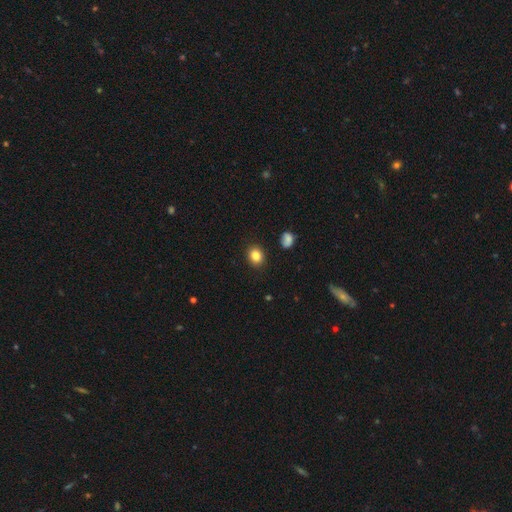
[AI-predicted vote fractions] Overall: smooth (85%). How rounded: round (54%; in between 45%). Merging: none (89%).